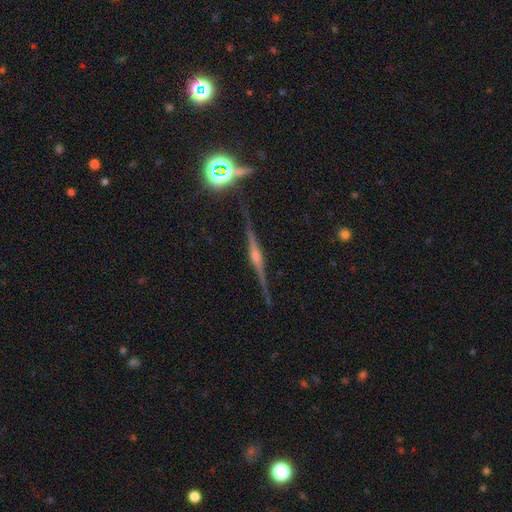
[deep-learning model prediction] smooth_or_featured: featured or disk (p=0.83) [alt: star or artifact p=0.11]
disk_edge_on: yes (p=0.98) [alt: no p=0.02]
edge_on_bulge: rounded (p=0.83) [alt: boxy p=0.12]
merging: none (p=0.89) [alt: minor disturbance p=0.08]